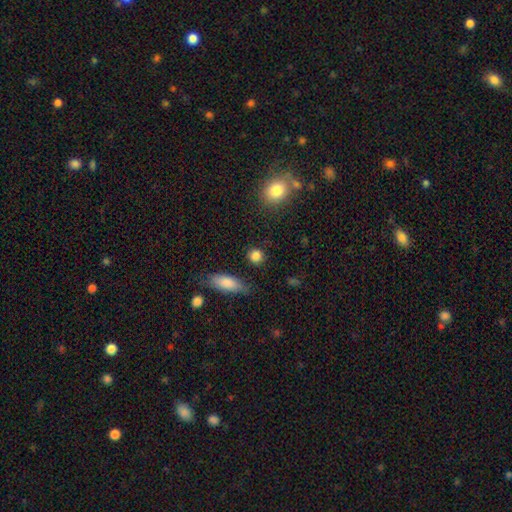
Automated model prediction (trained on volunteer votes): The model was most divided on "how rounded": round: 83%, in between: 14%, cigar-shaped: 3%. More confident: merging — none (86%); smooth or featured — smooth (85%).